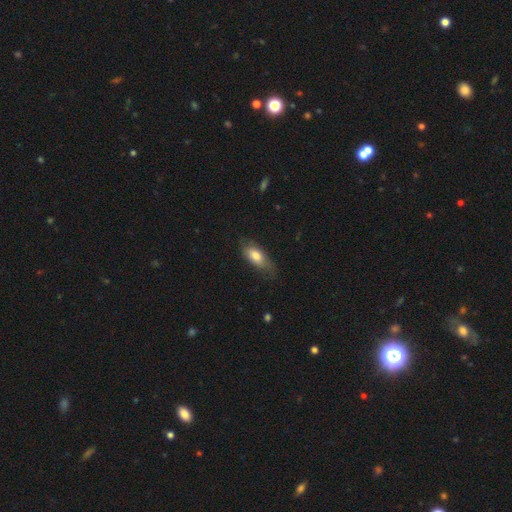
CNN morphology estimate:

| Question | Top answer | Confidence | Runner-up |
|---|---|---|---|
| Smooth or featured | smooth | 74% | featured or disk (20%) |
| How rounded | in between | 84% | cigar-shaped (12%) |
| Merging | none | 60% | minor disturbance (29%) |